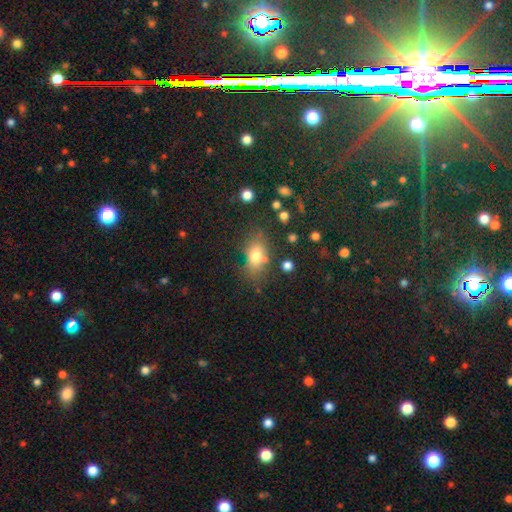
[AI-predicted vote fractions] smooth-or-featured: smooth: 74% | featured or disk: 14% | star or artifact: 11%
  how-rounded: in between: 79% | round: 16% | cigar-shaped: 5%
  merging: none: 64% | minor disturbance: 20% | major disturbance: 9% | merger: 8%